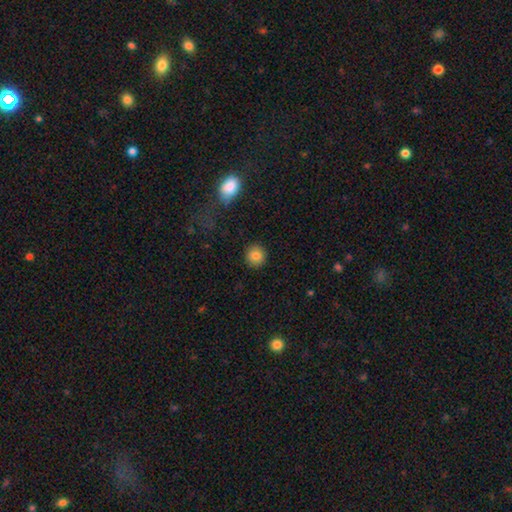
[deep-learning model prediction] A smooth galaxy with no disk features (83%) that is round (92%).

Vote fractions:
- Smooth or featured? smooth: 83% / star or artifact: 10% / featured or disk: 7%
- How rounded? round: 92% / in between: 7% / cigar-shaped: 1%
- Merging? none: 91% / minor disturbance: 6% / major disturbance: 2% / merger: 1%